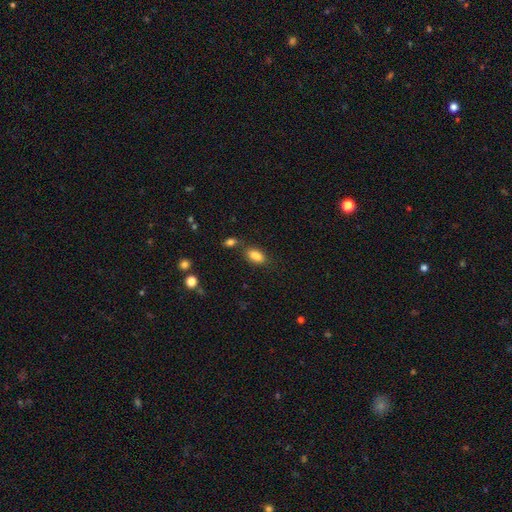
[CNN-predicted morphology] Smooth or featured: smooth — 82% (star or artifact — 10%)
How rounded: in between — 86% (round — 8%)
Merging: none — 56% (merger — 24%)